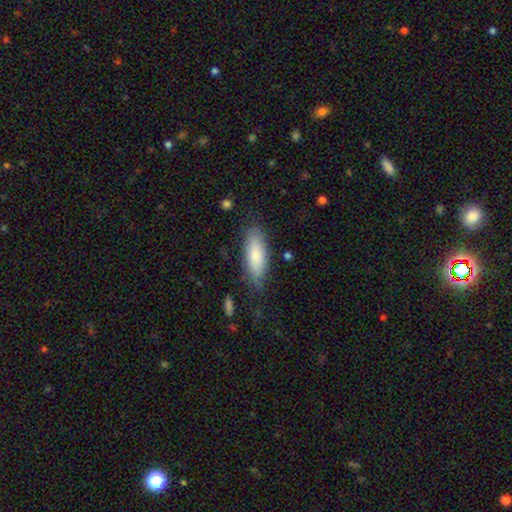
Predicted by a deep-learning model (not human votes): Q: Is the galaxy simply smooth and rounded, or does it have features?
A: smooth — 79%.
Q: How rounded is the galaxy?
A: in between — 68%.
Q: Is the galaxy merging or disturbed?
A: none — 74%.